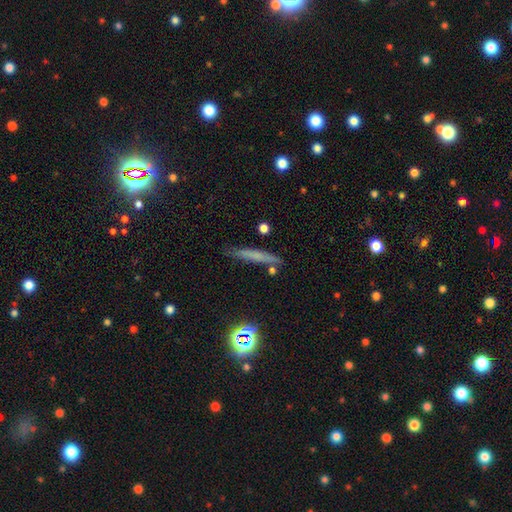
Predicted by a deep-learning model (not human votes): smooth_or_featured: smooth (p=0.59) [alt: featured or disk p=0.28]
how_rounded: cigar-shaped (p=0.91) [alt: in between p=0.06]
merging: none (p=0.80) [alt: minor disturbance p=0.13]